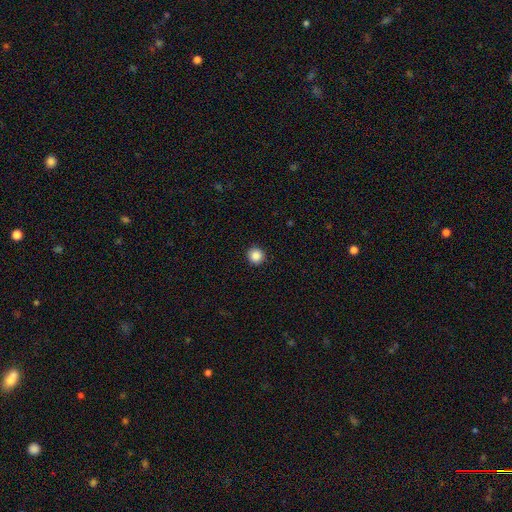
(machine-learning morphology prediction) A smooth galaxy with no disk features (88%) that is round (94%). Merging: none (93%).